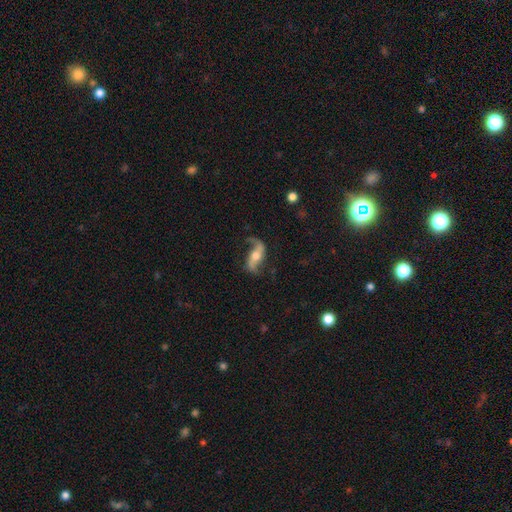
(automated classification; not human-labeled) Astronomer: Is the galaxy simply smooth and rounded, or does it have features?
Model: featured or disk — 82%.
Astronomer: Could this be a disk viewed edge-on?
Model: no — 90%.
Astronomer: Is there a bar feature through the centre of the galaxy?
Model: no — 40% (runner-up: weak, 31%).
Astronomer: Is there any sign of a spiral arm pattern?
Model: yes — 94%.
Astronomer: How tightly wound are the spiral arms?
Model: loose — 84%.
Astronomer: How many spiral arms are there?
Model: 2 — 91%.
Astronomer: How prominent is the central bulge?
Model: moderate — 61%.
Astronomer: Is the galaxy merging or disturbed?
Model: none — 70%.